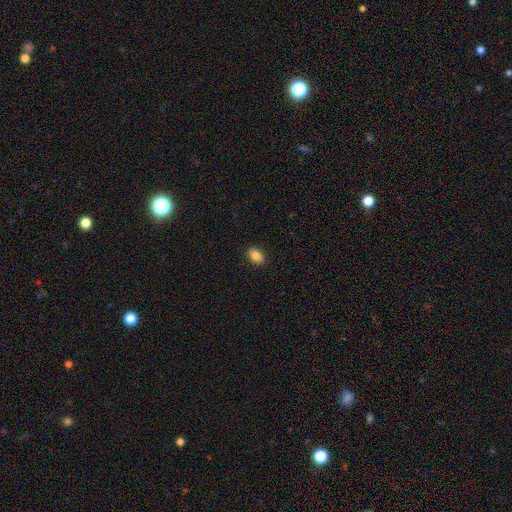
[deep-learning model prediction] Smooth or featured? smooth (87%)
How rounded? in between (84%)
Merging? none (90%)